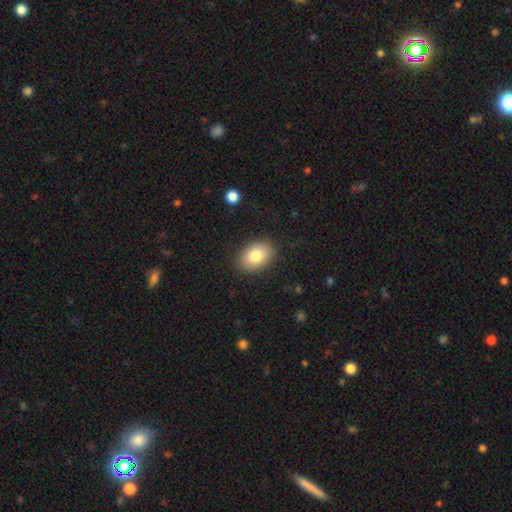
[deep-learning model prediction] This is clearly a smooth galaxy (82%). How rounded: clearly in between (84%). Merging: clearly none (88%).